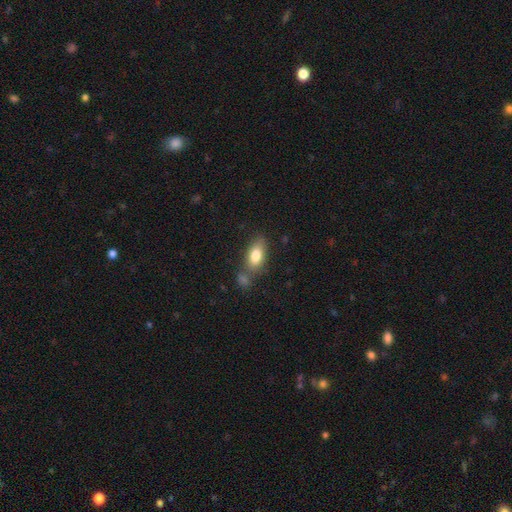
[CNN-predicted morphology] Smooth or featured? Predicted: smooth (p=0.79). How rounded? Predicted: in between (p=0.86). Merging? Predicted: none (p=0.62).